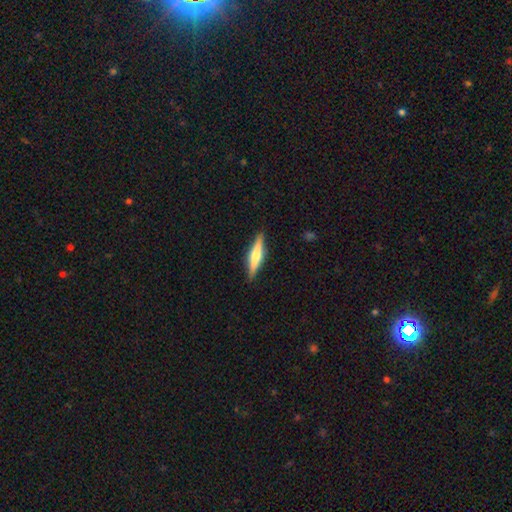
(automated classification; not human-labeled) Smooth or featured? Predicted: featured or disk (p=0.55). Edge-on disk? Predicted: yes (p=0.97). Edge-on bulge? Predicted: rounded (p=0.80). Merging? Predicted: none (p=0.90).